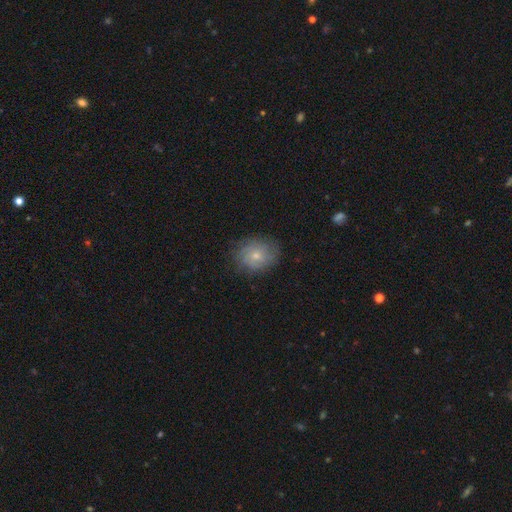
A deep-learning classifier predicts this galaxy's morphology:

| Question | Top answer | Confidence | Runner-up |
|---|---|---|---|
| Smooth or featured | smooth | 55% | featured or disk (35%) |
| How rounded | round | 62% | in between (37%) |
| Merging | none | 77% | minor disturbance (16%) |